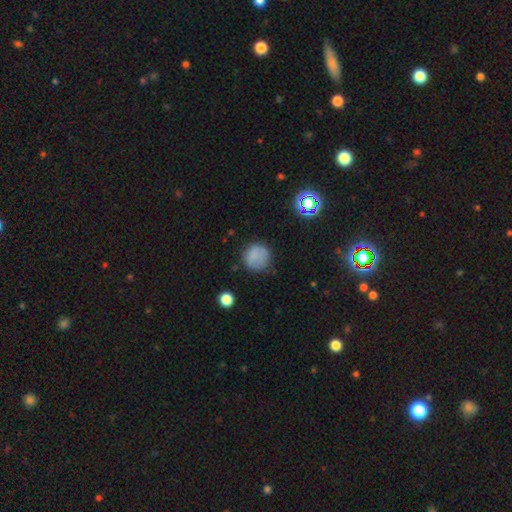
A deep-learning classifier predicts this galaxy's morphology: smooth_or_featured: smooth (p=0.78) [alt: star or artifact p=0.12]
how_rounded: round (p=0.92) [alt: in between p=0.07]
merging: none (p=0.75) [alt: minor disturbance p=0.18]